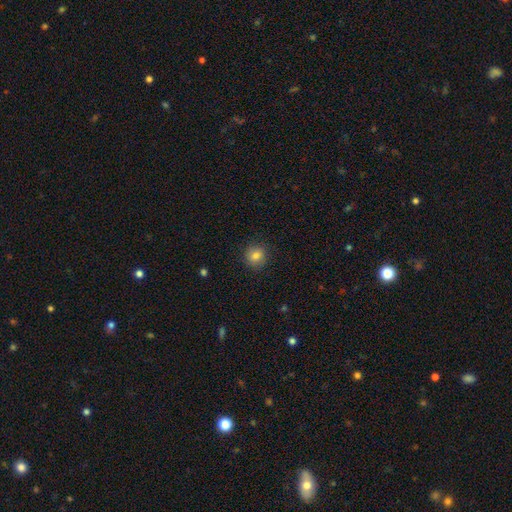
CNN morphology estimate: The model was most divided on "smooth or featured": smooth: 81%, star or artifact: 11%, featured or disk: 8%. More confident: how rounded — round (89%); merging — none (88%).